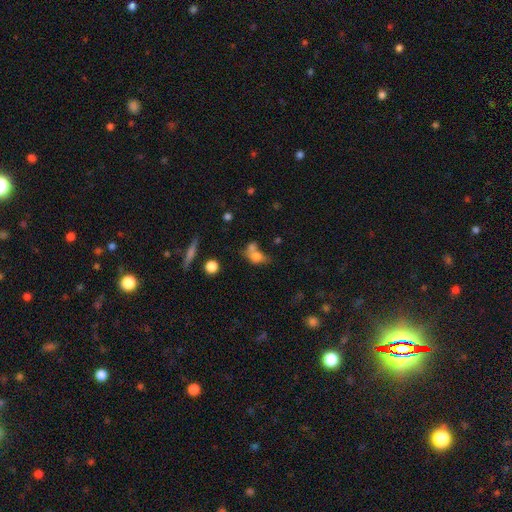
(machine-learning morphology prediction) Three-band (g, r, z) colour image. It shows a smooth galaxy with no disk features (69%) that is in between round and cigar-shaped (64%). Merging: merger (51%).